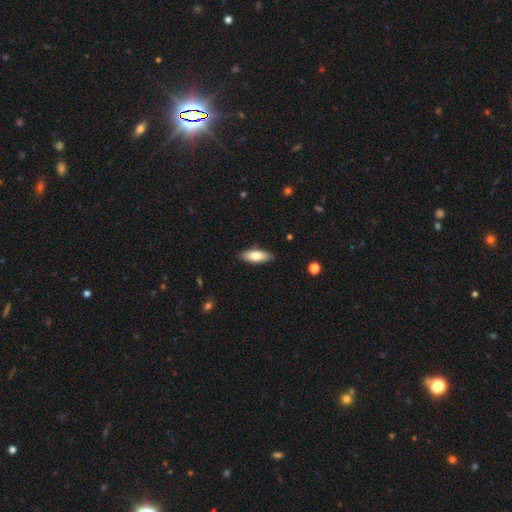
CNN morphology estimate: smooth-or-featured: smooth: 75% | featured or disk: 19% | star or artifact: 6%
  how-rounded: in between: 69% | cigar-shaped: 29% | round: 2%
  merging: none: 87% | minor disturbance: 10% | major disturbance: 2% | merger: 1%